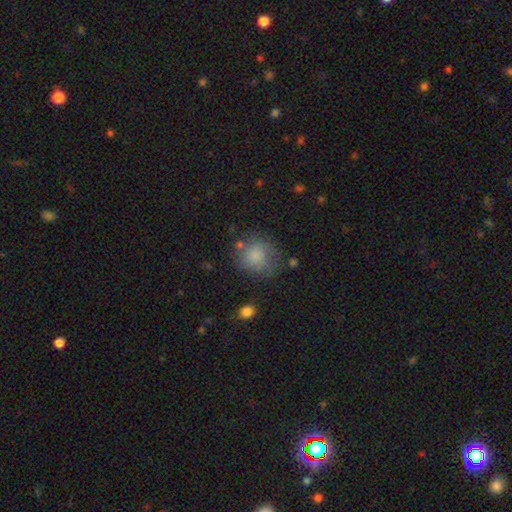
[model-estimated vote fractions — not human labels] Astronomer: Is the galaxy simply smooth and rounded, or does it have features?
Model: smooth — 77%.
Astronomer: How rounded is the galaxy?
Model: round — 81%.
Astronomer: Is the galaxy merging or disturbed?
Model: none — 61%.